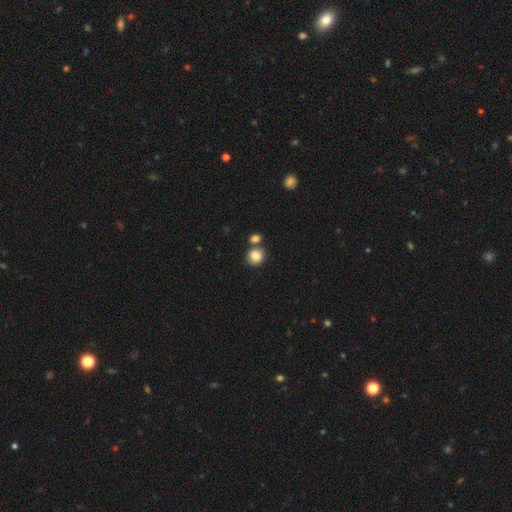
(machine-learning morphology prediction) A smooth galaxy with no disk features (86%) that is round (78%).

Vote fractions:
- Smooth or featured? smooth: 86% / star or artifact: 9% / featured or disk: 6%
- How rounded? round: 78% / in between: 21% / cigar-shaped: 1%
- Merging? none: 60% / merger: 26% / minor disturbance: 11% / major disturbance: 3%